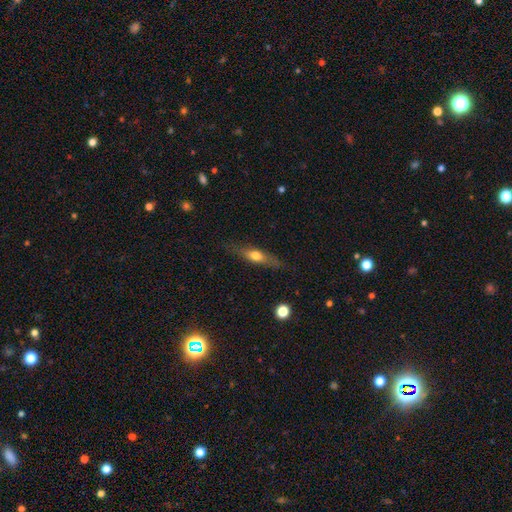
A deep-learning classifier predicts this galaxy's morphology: smooth_or_featured: smooth (p=0.49) [alt: featured or disk p=0.44]
merging: none (p=0.78) [alt: minor disturbance p=0.16]